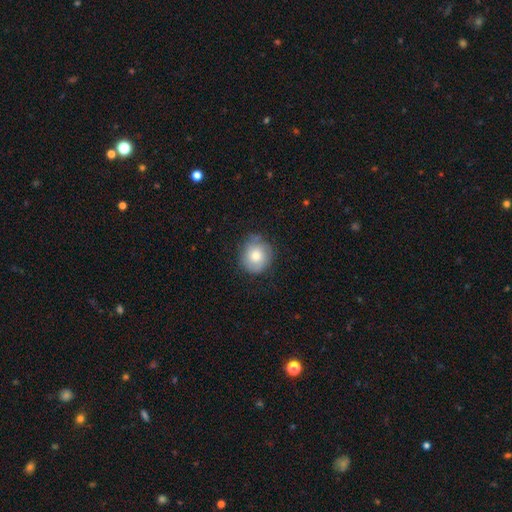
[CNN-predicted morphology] Smooth or featured: smooth — 69% (featured or disk — 23%)
How rounded: round — 84% (in between — 15%)
Merging: none — 74% (minor disturbance — 20%)